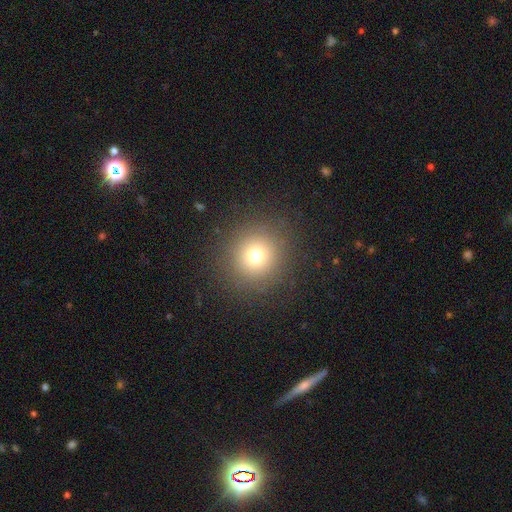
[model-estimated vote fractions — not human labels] smooth_or_featured: smooth (p=0.73) [alt: star or artifact p=0.17]
how_rounded: round (p=0.94) [alt: in between p=0.05]
merging: none (p=0.89) [alt: minor disturbance p=0.06]